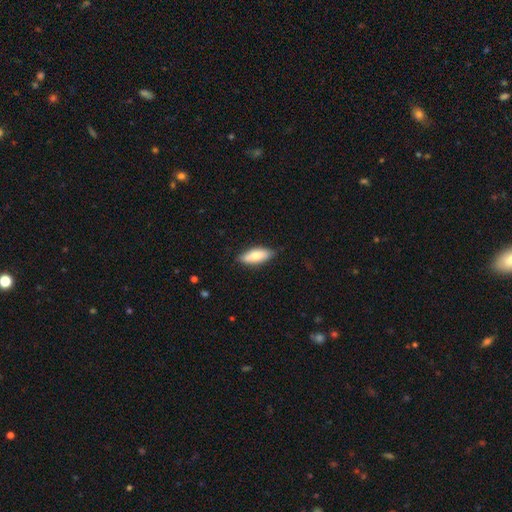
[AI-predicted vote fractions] smooth_or_featured: smooth (p=0.75) [alt: featured or disk p=0.19]
how_rounded: in between (p=0.78) [alt: cigar-shaped p=0.20]
merging: none (p=0.80) [alt: minor disturbance p=0.17]